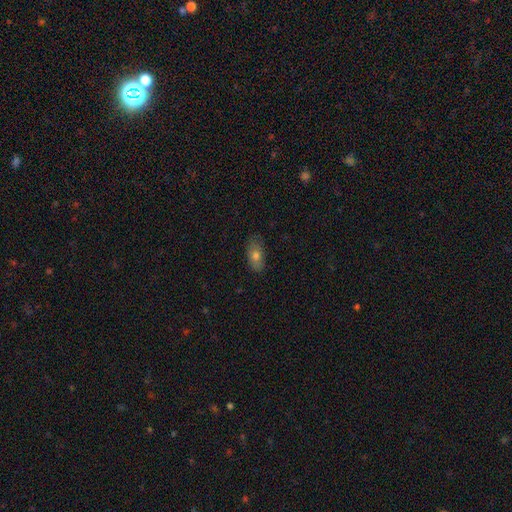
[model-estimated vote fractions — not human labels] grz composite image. It shows a smooth galaxy with no disk features (73%) that is in between round and cigar-shaped (86%). Merging: none (80%).